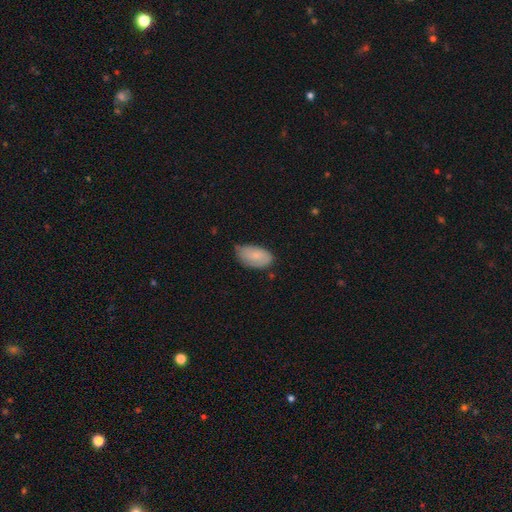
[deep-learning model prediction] This appears to be a smooth galaxy with no disk features (79%) that is in between round and cigar-shaped (94%). Merging: none (61%).